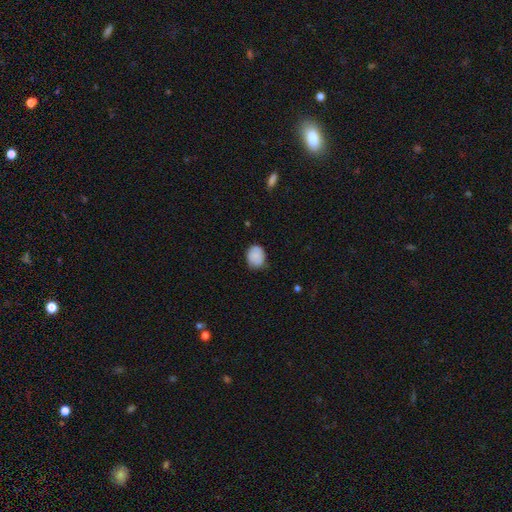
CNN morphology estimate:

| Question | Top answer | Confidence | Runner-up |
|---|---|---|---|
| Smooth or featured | smooth | 85% | star or artifact (8%) |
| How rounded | in between | 53% | round (46%) |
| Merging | none | 71% | minor disturbance (24%) |